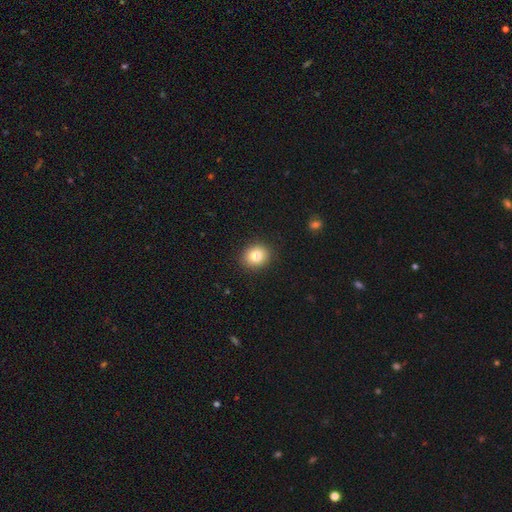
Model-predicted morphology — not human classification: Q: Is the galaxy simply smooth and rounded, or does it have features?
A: smooth — 83%.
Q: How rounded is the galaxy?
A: round — 65%.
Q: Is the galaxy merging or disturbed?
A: none — 90%.